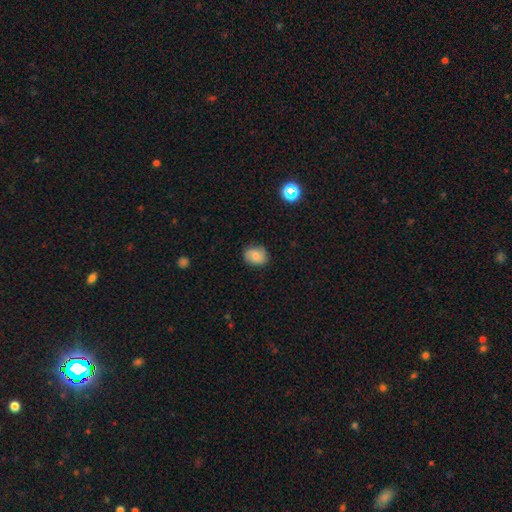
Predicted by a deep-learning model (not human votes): Smooth or featured: smooth — 68% (featured or disk — 22%)
How rounded: round — 53% (in between — 46%)
Merging: none — 80% (minor disturbance — 15%)